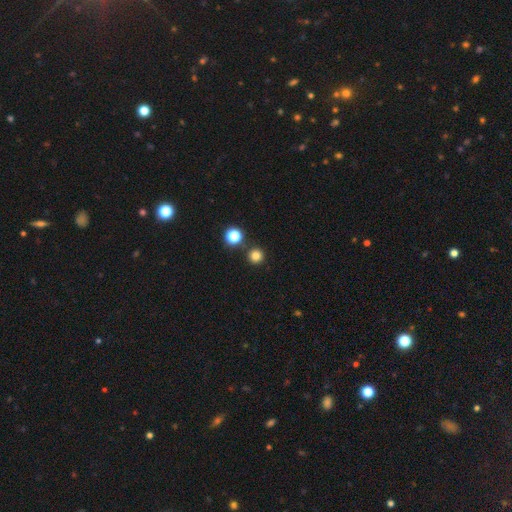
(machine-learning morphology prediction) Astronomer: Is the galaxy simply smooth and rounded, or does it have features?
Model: smooth — 80%.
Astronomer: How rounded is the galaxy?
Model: round — 96%.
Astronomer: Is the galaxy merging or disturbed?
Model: none — 87%.